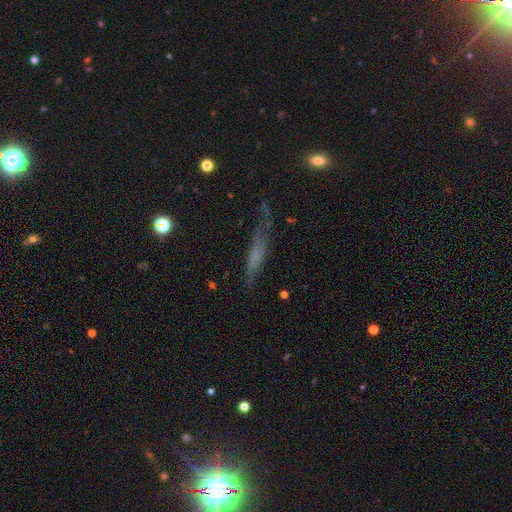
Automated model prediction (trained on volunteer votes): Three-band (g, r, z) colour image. It shows a smooth galaxy with no disk features (46%). Merging: none (53%).